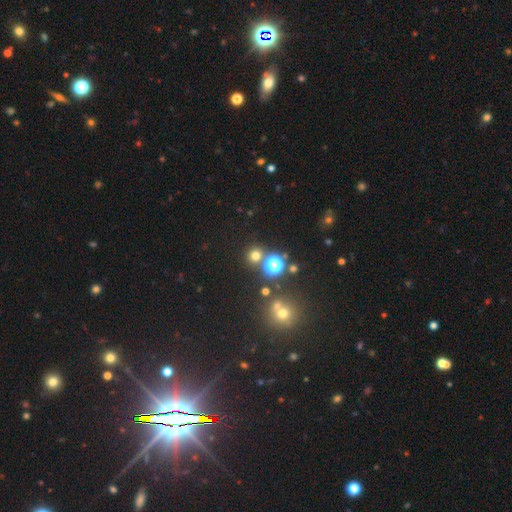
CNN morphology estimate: This is likely a smooth galaxy (68%). How rounded: clearly round (90%). Merging: clearly none (81%).